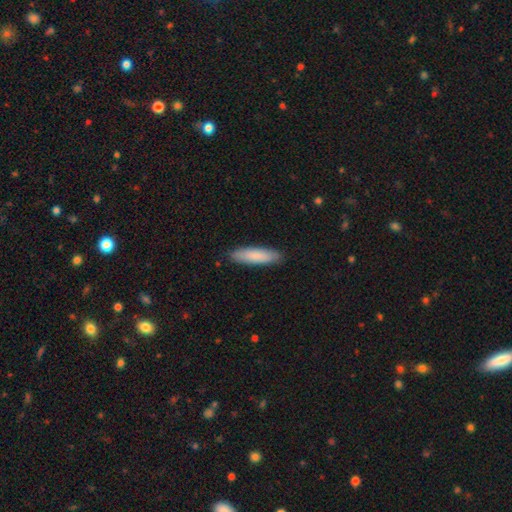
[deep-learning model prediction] Smooth or featured? Predicted: smooth (p=0.85). How rounded? Predicted: cigar-shaped (p=0.69). Merging? Predicted: none (p=0.89).